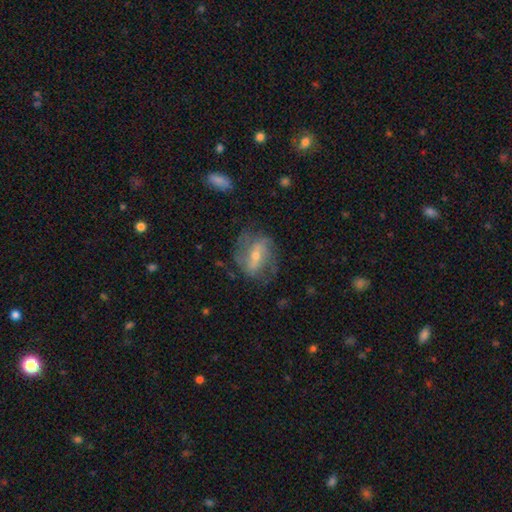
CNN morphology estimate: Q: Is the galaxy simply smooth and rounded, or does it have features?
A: featured or disk — 68%.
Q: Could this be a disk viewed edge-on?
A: no — 93%.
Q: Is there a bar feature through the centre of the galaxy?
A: strong — 44%.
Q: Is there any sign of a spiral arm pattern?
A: yes — 73%.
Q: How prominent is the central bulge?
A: small — 54%.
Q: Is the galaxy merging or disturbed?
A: none — 63%.